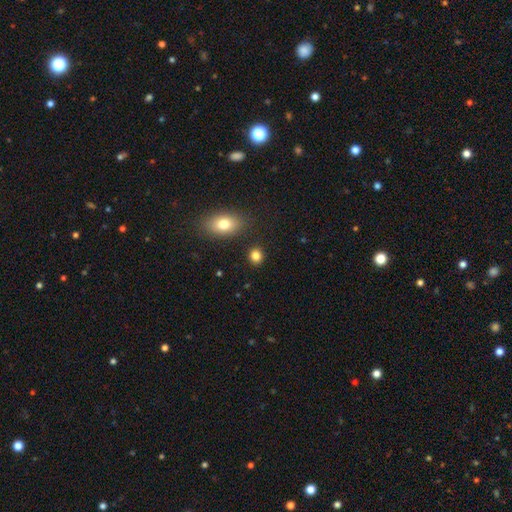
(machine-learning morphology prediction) Overall: smooth (84%). How rounded: round (76%). Merging: none (88%).